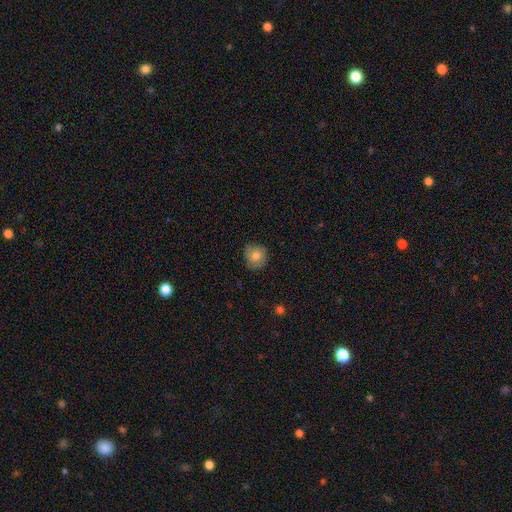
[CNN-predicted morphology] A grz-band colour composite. It shows a smooth galaxy with no disk features (79%) that is round (87%). Merging: none (79%).